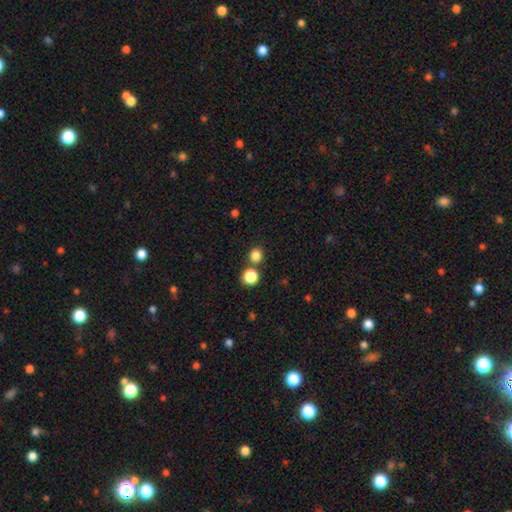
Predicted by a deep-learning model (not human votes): This appears to be a smooth galaxy with no disk features (82%) that is round (88%). Merging: none (75%).